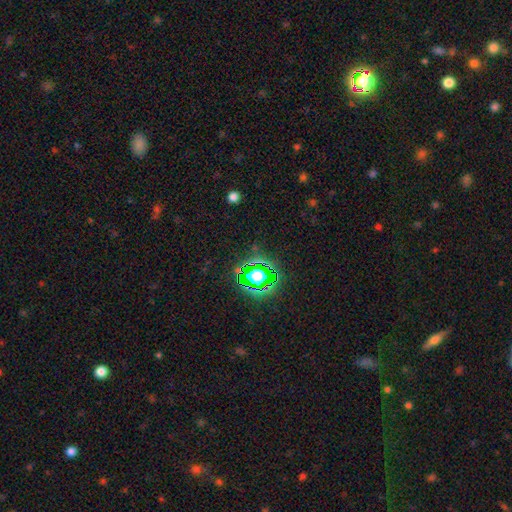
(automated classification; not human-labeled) Q: Smooth or featured?
A: star or artifact (77%); runner-up: smooth (15%)